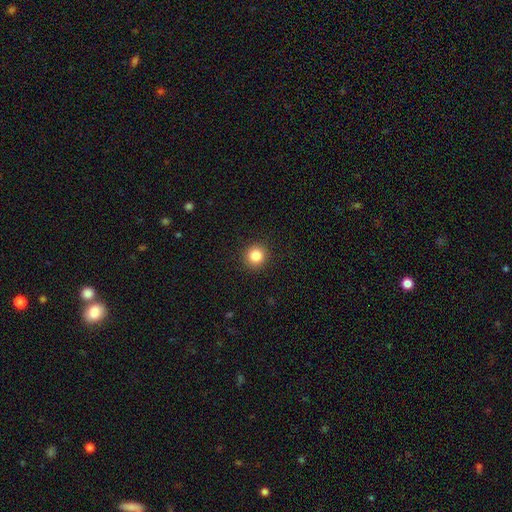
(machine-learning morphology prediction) Smooth or featured? smooth (84%)
How rounded? round (92%)
Merging? none (92%)